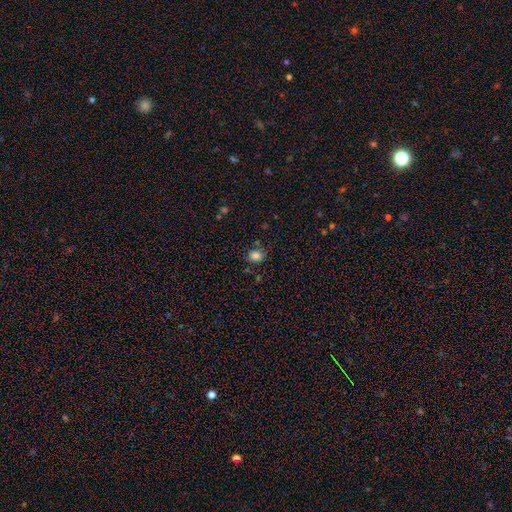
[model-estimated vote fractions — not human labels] Smooth or featured?
  - smooth: 82% *
  - star or artifact: 13%
  - featured or disk: 5%
How rounded?
  - round: 58% *
  - in between: 41%
  - cigar-shaped: 1%
Merging?
  - none: 76% *
  - minor disturbance: 15%
  - merger: 5%
  - major disturbance: 4%